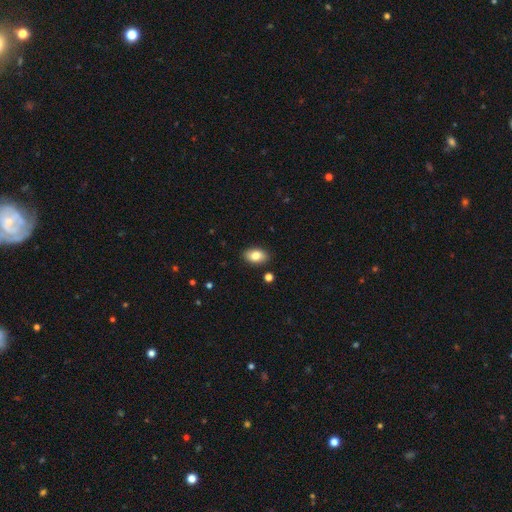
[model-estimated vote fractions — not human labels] Overall: smooth (83%). How rounded: in between (90%). Merging: none (88%).